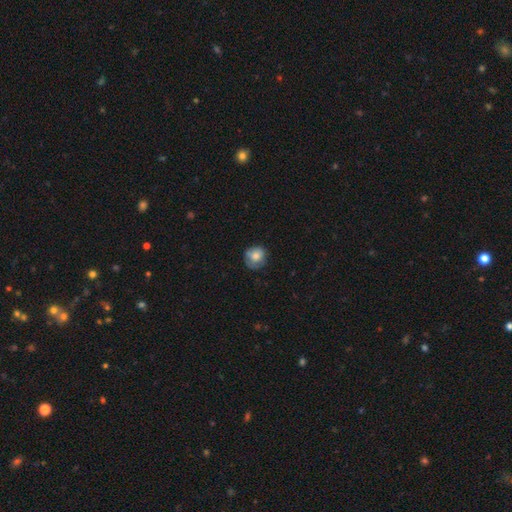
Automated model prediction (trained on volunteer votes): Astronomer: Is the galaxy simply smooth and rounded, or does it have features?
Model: smooth — 74%.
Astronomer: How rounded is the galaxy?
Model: round — 85%.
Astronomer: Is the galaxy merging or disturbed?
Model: none — 67%.